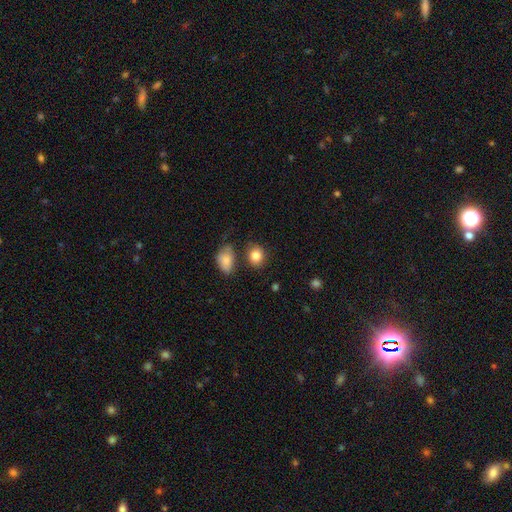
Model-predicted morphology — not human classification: The model was most divided on "how rounded": round: 62%, in between: 37%, cigar-shaped: 1%. More confident: smooth or featured — smooth (85%); merging — none (72%).